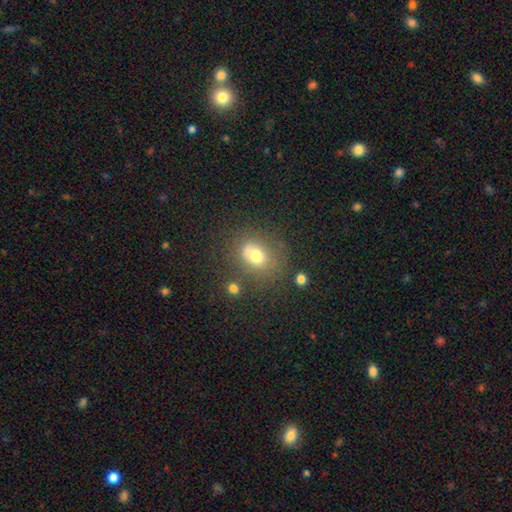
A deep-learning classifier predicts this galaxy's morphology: Overall: smooth (70%). How rounded: round (53%; in between 46%). Merging: none (63%).